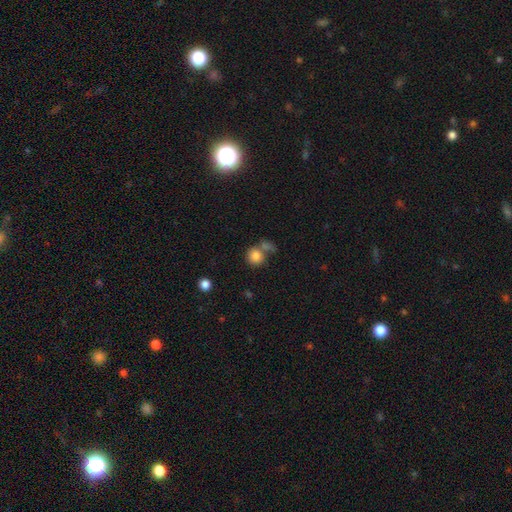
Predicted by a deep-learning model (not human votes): Morphology: type=smooth (83%); roundness=round (86%); merging=none (50%).